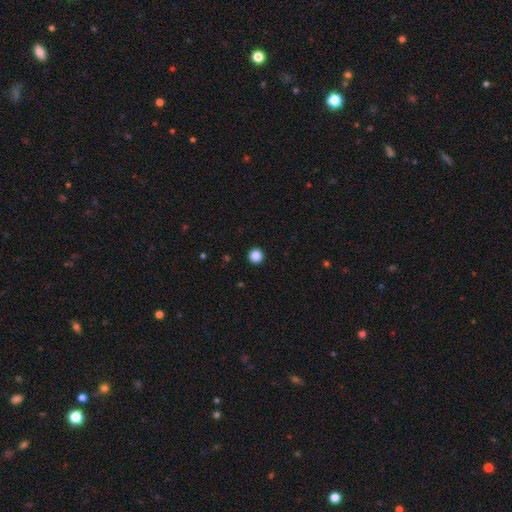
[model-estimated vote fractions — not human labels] The model was most divided on "smooth or featured": smooth: 88%, star or artifact: 10%, featured or disk: 2%. More confident: how rounded — round (96%); merging — none (94%).